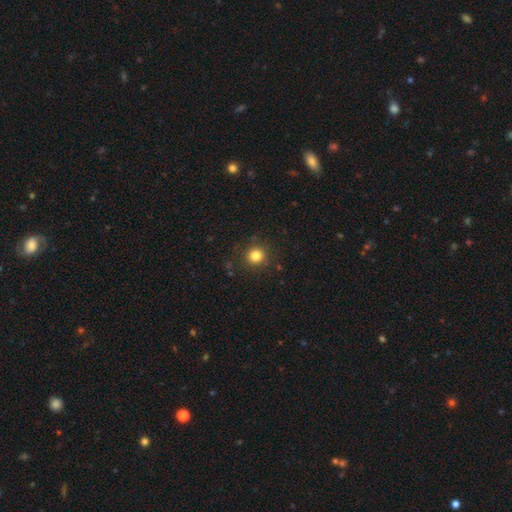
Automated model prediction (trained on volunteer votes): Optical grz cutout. It shows a smooth galaxy with no disk features (82%) that is round (92%). Merging: none (88%).